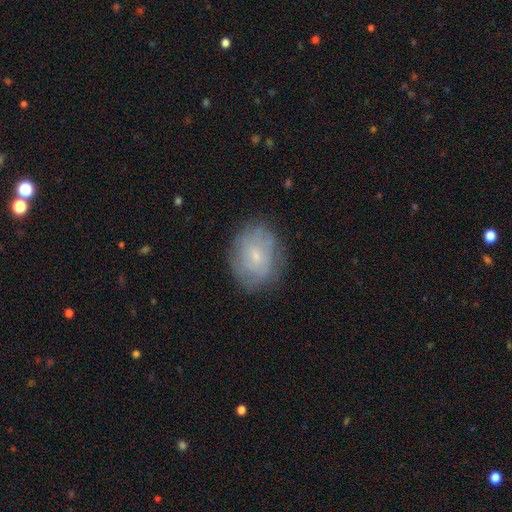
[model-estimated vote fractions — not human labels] The model was most divided on "smooth or featured": smooth: 51%, featured or disk: 39%, star or artifact: 9%. More confident: merging — none (78%); how rounded — in between (57%).